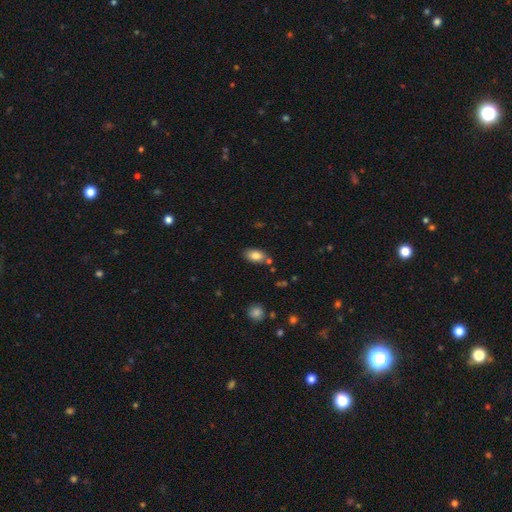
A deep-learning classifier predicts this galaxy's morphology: Overall: smooth (83%). How rounded: in between (90%). Merging: none (77%).